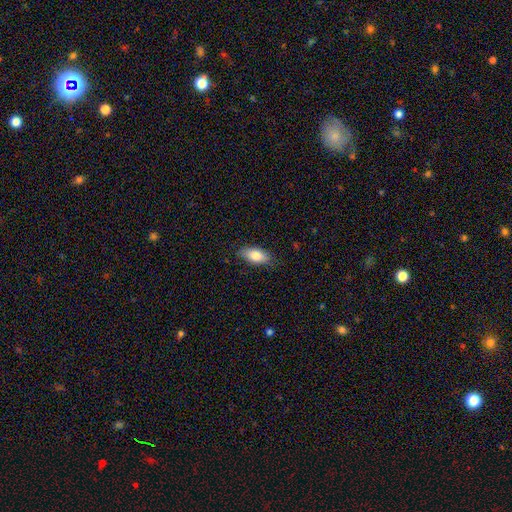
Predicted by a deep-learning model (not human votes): A smooth galaxy with no disk features (80%) that is in between round and cigar-shaped (88%). Merging: none (82%).